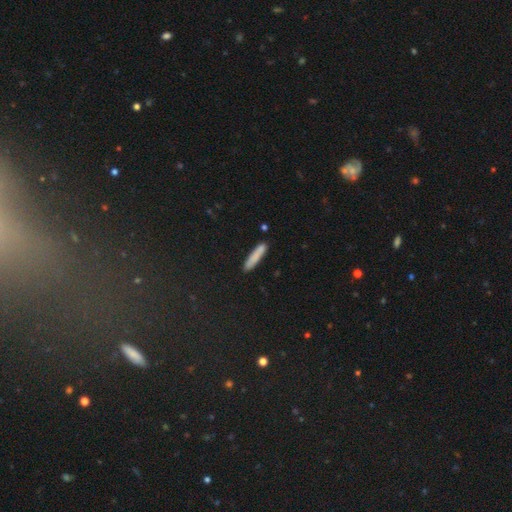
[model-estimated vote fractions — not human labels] Smooth or featured? Predicted: smooth (p=0.82). How rounded? Predicted: cigar-shaped (p=0.90). Merging? Predicted: none (p=0.85).